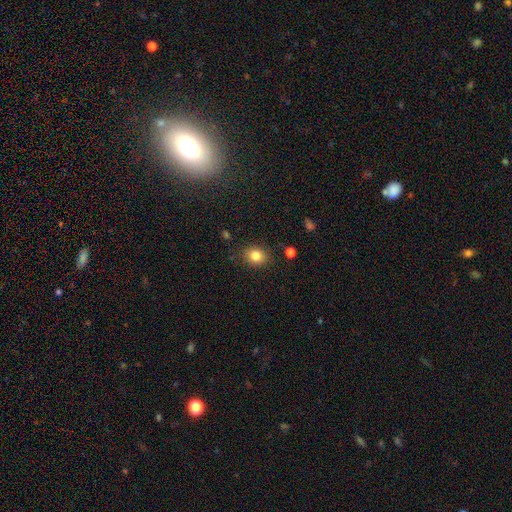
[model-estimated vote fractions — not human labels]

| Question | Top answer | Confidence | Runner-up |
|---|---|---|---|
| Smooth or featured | smooth | 83% | star or artifact (11%) |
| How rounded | round | 61% | in between (38%) |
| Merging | none | 85% | minor disturbance (10%) |